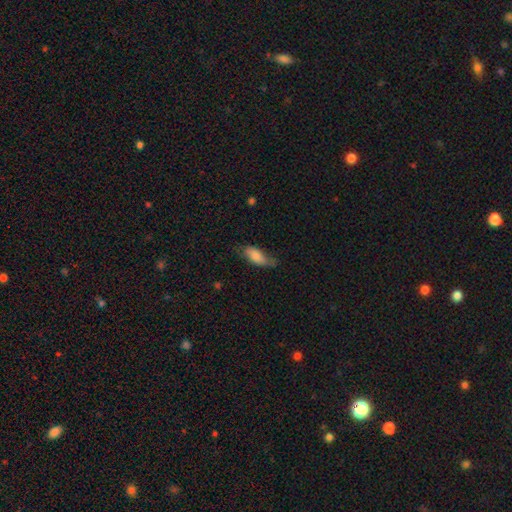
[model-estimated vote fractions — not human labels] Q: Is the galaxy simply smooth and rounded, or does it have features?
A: smooth — 75%.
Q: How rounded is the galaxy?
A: in between — 80%.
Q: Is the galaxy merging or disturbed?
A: none — 57%.